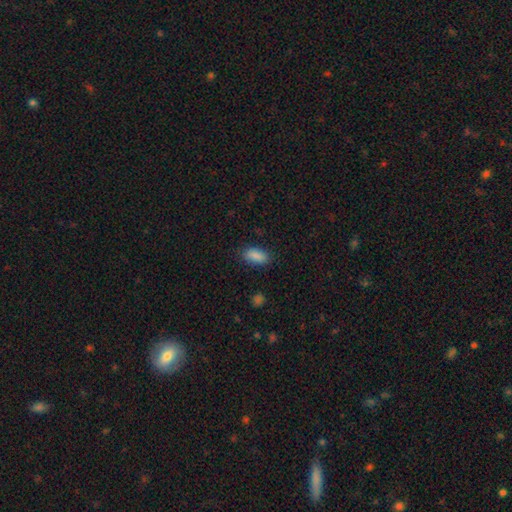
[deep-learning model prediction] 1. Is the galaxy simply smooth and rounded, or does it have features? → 88% smooth, 8% star or artifact, 4% featured or disk.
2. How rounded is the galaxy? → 89% in between, 7% cigar-shaped, 3% round.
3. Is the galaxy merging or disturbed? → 84% none, 11% minor disturbance, 3% major disturbance, 1% merger.